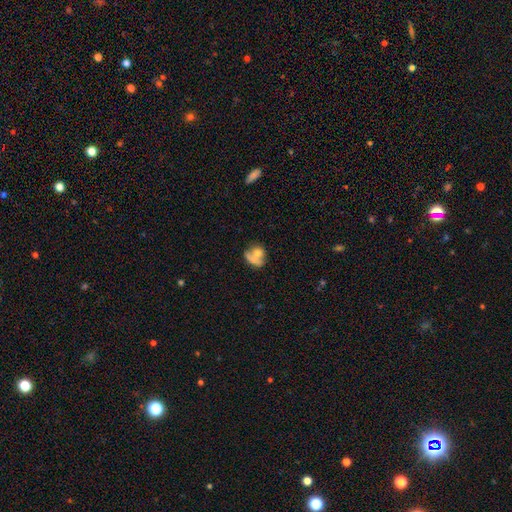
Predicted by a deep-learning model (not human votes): Morphology: type=smooth (63%); roundness=round (57%); merging=merger (41%).